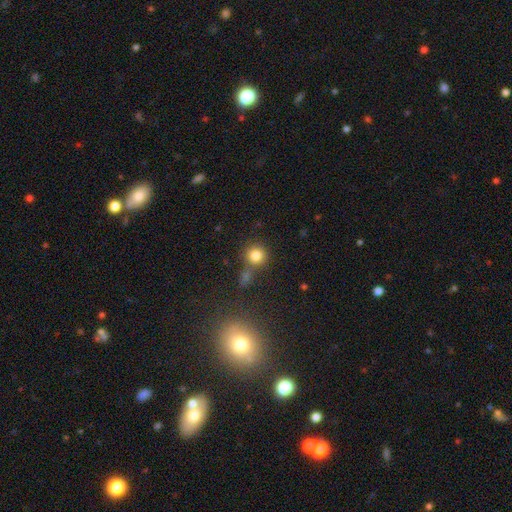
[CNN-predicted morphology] Overall: smooth (81%). How rounded: round (91%). Merging: none (68%).